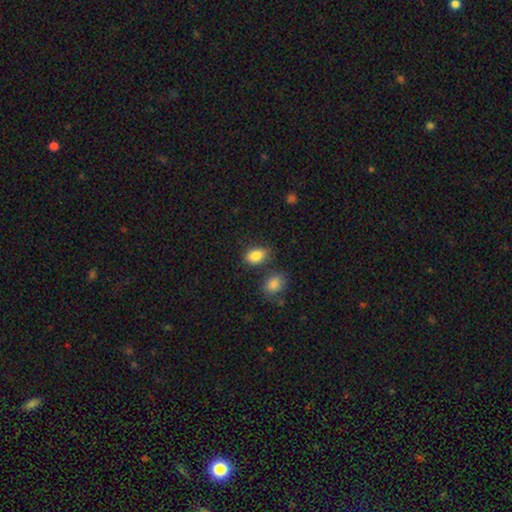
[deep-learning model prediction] Q: Smooth or featured?
A: smooth (86%); runner-up: star or artifact (8%)
Q: How rounded?
A: in between (89%); runner-up: round (9%)
Q: Merging?
A: none (72%); runner-up: minor disturbance (16%)